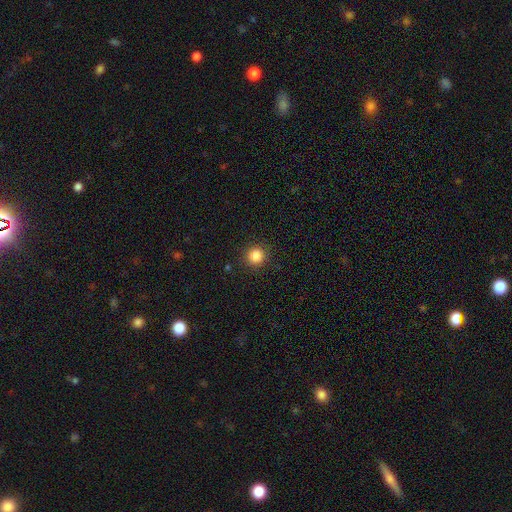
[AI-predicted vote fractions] Q: Smooth or featured?
A: smooth (85%); runner-up: star or artifact (11%)
Q: How rounded?
A: round (92%); runner-up: in between (7%)
Q: Merging?
A: none (91%); runner-up: minor disturbance (6%)